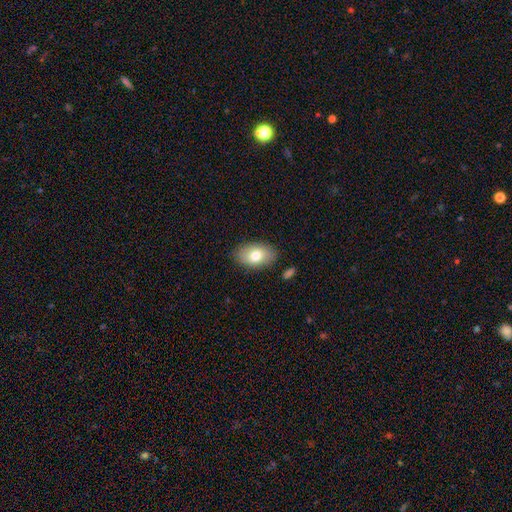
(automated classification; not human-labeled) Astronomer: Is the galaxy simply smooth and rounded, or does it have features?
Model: smooth — 77%.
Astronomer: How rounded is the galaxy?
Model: in between — 91%.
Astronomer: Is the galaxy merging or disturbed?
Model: none — 84%.